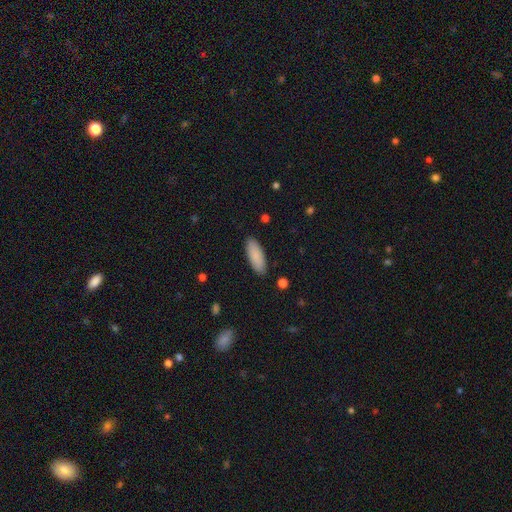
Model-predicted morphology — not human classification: A smooth galaxy with no disk features (87%) that is in between round and cigar-shaped (71%). Merging: none (88%).